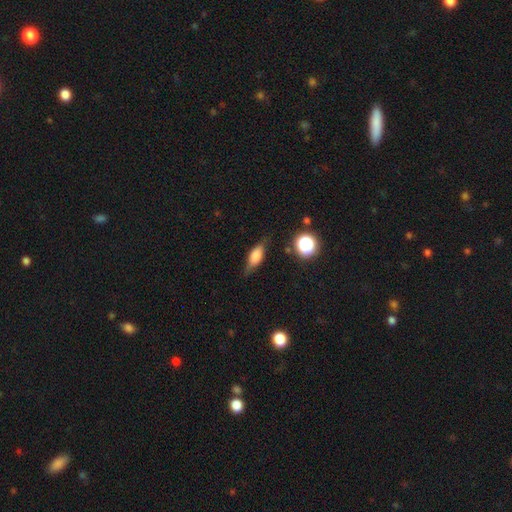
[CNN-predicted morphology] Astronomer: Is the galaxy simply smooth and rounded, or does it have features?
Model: smooth — 59%.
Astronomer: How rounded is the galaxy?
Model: in between — 66%.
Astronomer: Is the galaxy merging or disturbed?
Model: none — 71%.